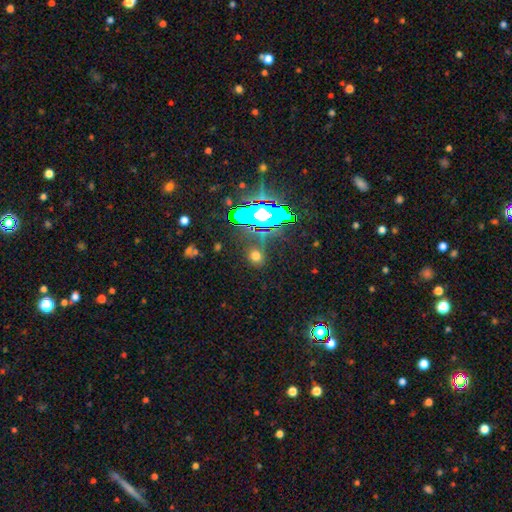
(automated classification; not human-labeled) smooth_or_featured: smooth (p=0.60) [alt: star or artifact p=0.31]
how_rounded: round (p=0.77) [alt: in between p=0.21]
merging: none (p=0.82) [alt: minor disturbance p=0.10]